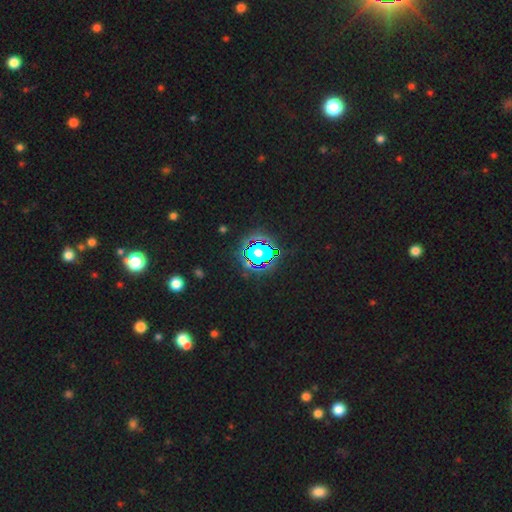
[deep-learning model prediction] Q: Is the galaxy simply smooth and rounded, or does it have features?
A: star or artifact — 64%.